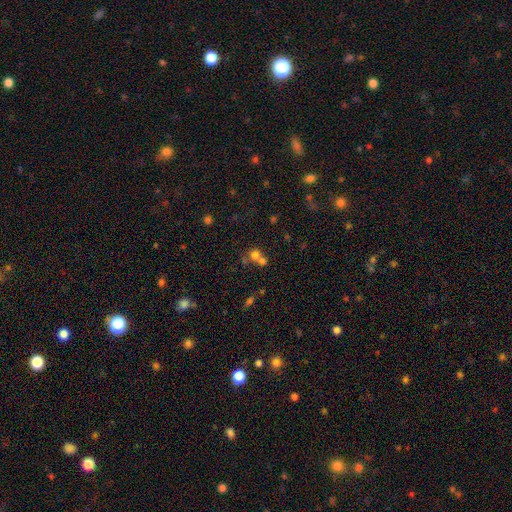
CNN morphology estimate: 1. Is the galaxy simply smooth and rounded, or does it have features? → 70% smooth, 17% star or artifact, 13% featured or disk.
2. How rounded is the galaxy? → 83% round, 16% in between, 1% cigar-shaped.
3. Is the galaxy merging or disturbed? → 53% merger, 38% none, 6% minor disturbance, 3% major disturbance.